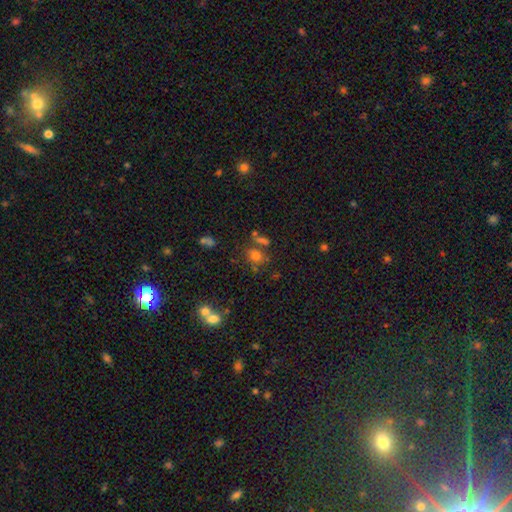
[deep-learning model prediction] Smooth or featured?
  - smooth: 71% *
  - star or artifact: 19%
  - featured or disk: 10%
How rounded?
  - round: 68% *
  - in between: 30%
  - cigar-shaped: 2%
Merging?
  - none: 63% *
  - merger: 18%
  - minor disturbance: 13%
  - major disturbance: 6%